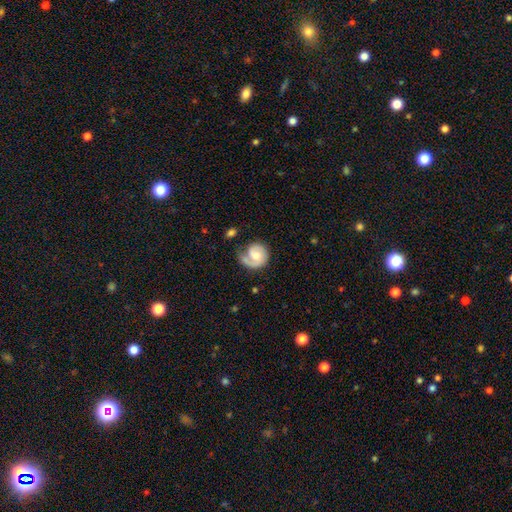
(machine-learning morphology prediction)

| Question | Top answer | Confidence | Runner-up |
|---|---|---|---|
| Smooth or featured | featured or disk | 69% | smooth (26%) |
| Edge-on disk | no | 98% | yes (2%) |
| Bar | no | 64% | weak (30%) |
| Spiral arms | yes | 92% | no (8%) |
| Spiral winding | tight | 47% | medium (34%) |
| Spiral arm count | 1 | 72% | 2 (20%) |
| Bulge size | moderate | 51% | small (33%) |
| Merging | none | 53% | minor disturbance (22%) |